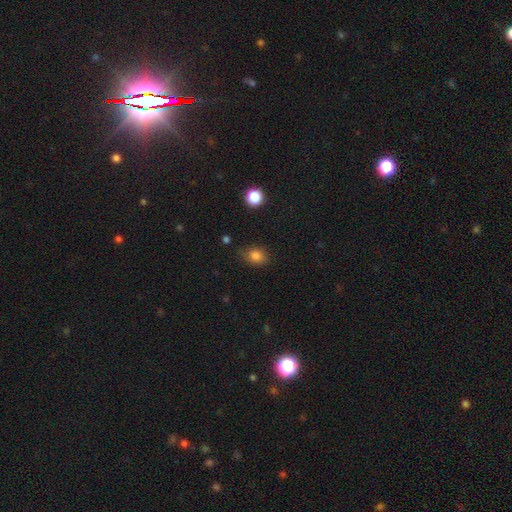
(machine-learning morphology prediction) Q: Smooth or featured?
A: smooth (82%); runner-up: star or artifact (12%)
Q: How rounded?
A: in between (58%); runner-up: round (41%)
Q: Merging?
A: none (75%); runner-up: minor disturbance (19%)